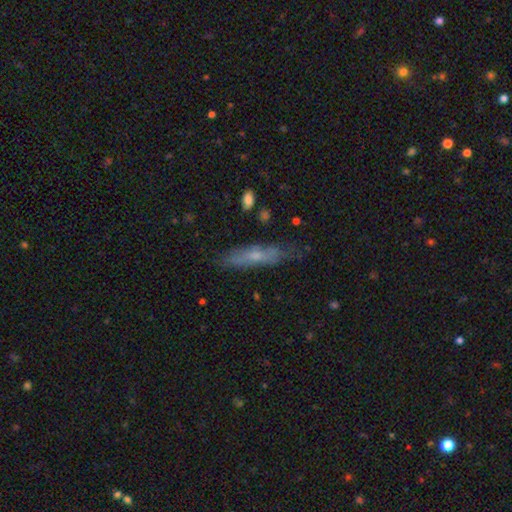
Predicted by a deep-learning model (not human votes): Smooth or featured: smooth — 49% (featured or disk — 43%)
Merging: none — 69% (minor disturbance — 22%)